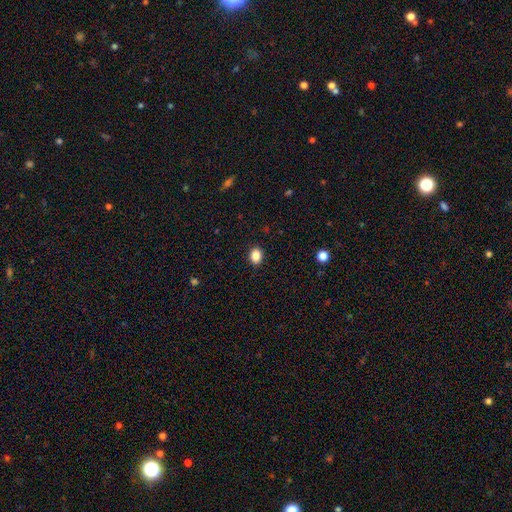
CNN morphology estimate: smooth-or-featured: smooth: 87% | star or artifact: 9% | featured or disk: 4%
  how-rounded: in between: 57% | round: 42% | cigar-shaped: 1%
  merging: none: 91% | minor disturbance: 7% | major disturbance: 2% | merger: 1%